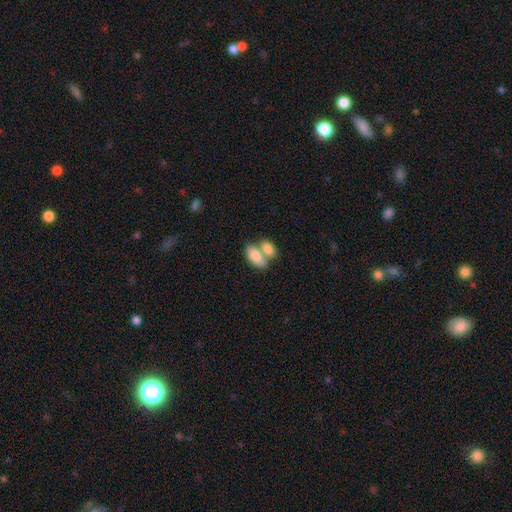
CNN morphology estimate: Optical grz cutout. It shows a smooth galaxy with no disk features (80%) that is in between round and cigar-shaped (91%). Merging: merger (62%).